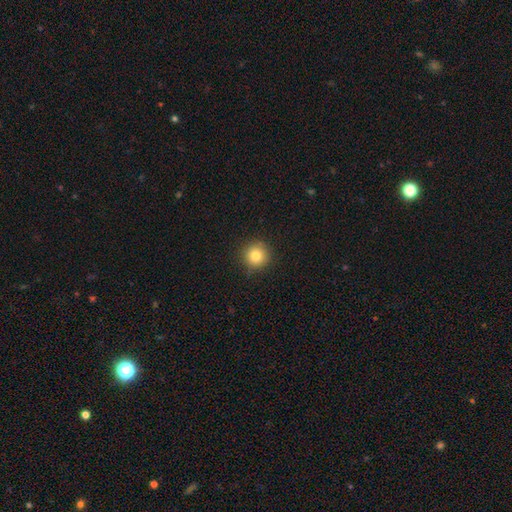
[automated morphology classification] smooth_or_featured: smooth (p=0.81) [alt: star or artifact p=0.11]
how_rounded: round (p=0.95) [alt: in between p=0.04]
merging: none (p=0.89) [alt: minor disturbance p=0.08]